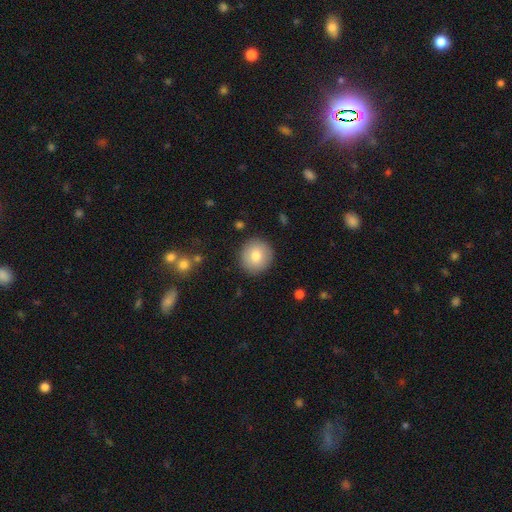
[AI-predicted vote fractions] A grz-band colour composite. It shows a smooth galaxy with no disk features (78%) that is round (93%). Merging: none (89%).